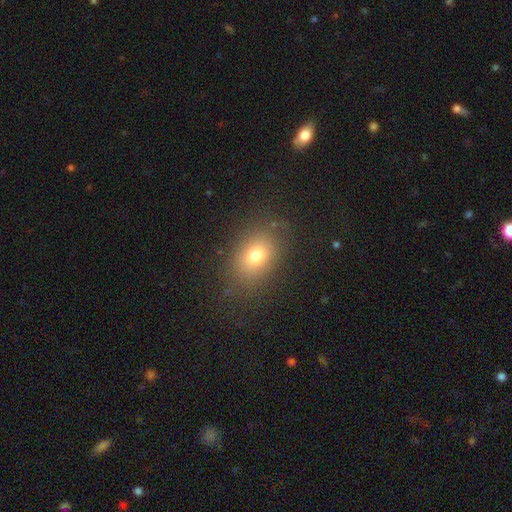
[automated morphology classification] Smooth or featured? smooth (73%)
How rounded? in between (70%)
Merging? none (80%)